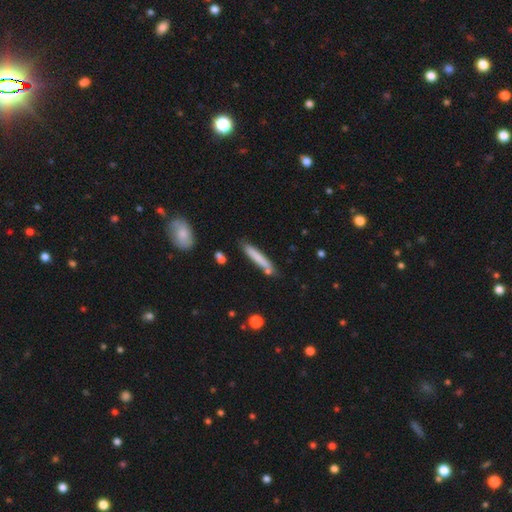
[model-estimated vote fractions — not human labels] A smooth galaxy with no disk features (72%) that is cigar-shaped (94%). Merging: none (79%).